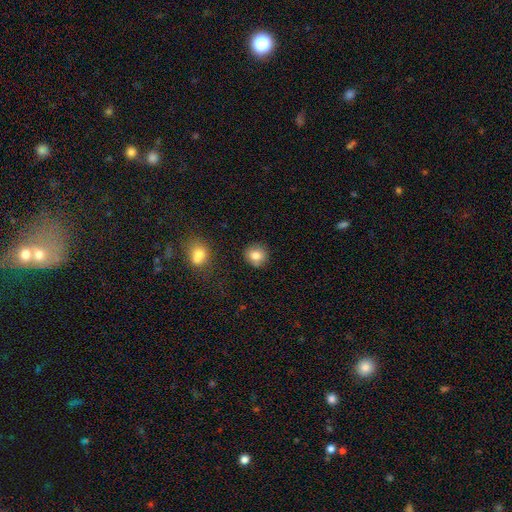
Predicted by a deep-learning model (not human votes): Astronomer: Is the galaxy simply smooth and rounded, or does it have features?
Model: smooth — 81%.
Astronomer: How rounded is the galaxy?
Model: round — 84%.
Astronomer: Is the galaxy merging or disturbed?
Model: none — 81%.